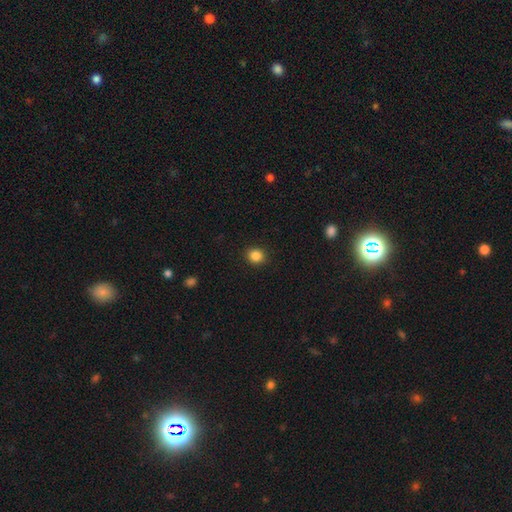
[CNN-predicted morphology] This is clearly a smooth galaxy (86%). How rounded: clearly round (82%). Merging: clearly none (92%).